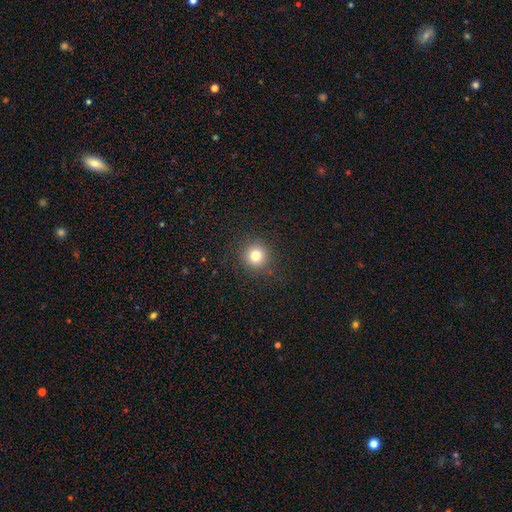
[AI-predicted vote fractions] Smooth or featured? Predicted: smooth (p=0.79). How rounded? Predicted: round (p=0.94). Merging? Predicted: none (p=0.90).